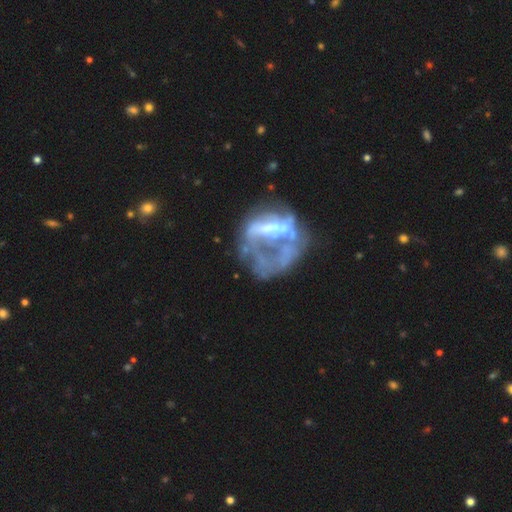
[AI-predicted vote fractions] Overall: featured or disk (67%). Edge-on disk: no (96%). Bar: no (55%; weak 23%). Spiral arms: no (78%). Bulge size: none (47%; small 26%). Merging: major disturbance (42%; none 29%).